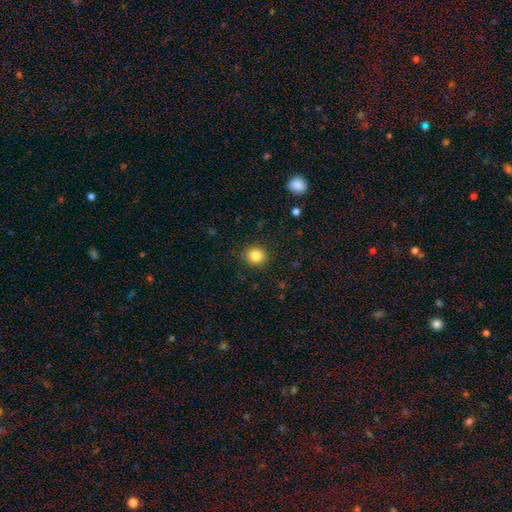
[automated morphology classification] Smooth or featured?
  - smooth: 83% *
  - star or artifact: 11%
  - featured or disk: 6%
How rounded?
  - round: 83% *
  - in between: 16%
  - cigar-shaped: 1%
Merging?
  - none: 88% *
  - minor disturbance: 8%
  - major disturbance: 3%
  - merger: 1%